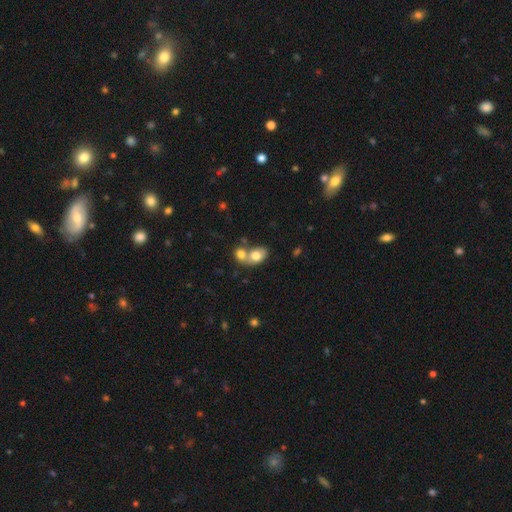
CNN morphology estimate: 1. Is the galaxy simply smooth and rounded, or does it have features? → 74% smooth, 18% featured or disk, 8% star or artifact.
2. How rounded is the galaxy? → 72% in between, 27% round, 1% cigar-shaped.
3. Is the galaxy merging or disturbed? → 65% merger, 24% none, 7% minor disturbance, 4% major disturbance.